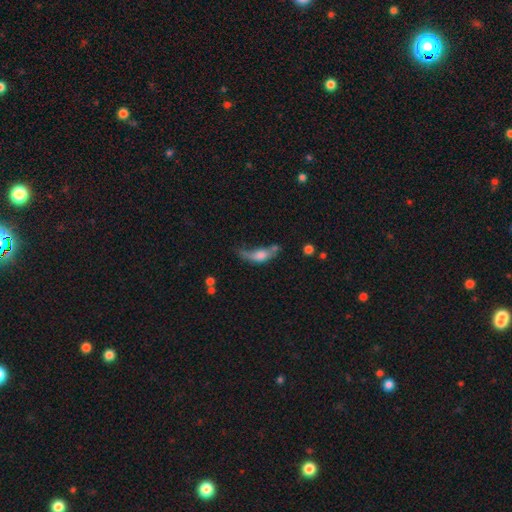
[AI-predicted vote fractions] smooth 47%, featured or disk 38%, star or artifact 14%. Down the decision tree: merging — major disturbance (36%).